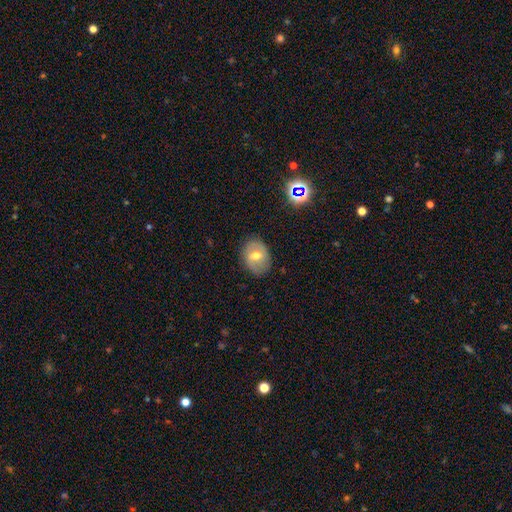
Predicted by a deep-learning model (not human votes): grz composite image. It shows a smooth galaxy with no disk features (51%) that is in between round and cigar-shaped (55%). Merging: none (81%).